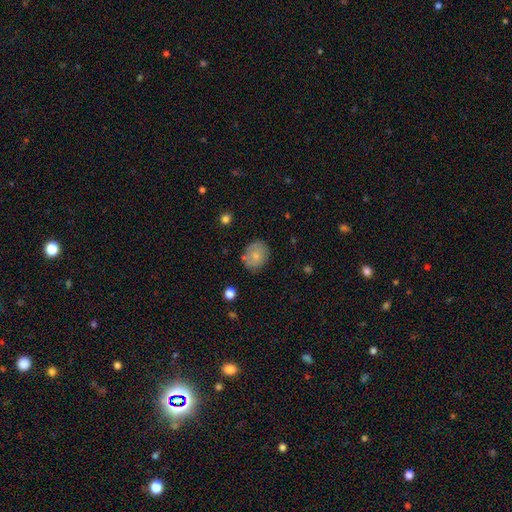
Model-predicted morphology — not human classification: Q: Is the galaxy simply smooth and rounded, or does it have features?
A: smooth — 74%.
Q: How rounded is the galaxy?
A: round — 56%.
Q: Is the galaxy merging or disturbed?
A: none — 80%.